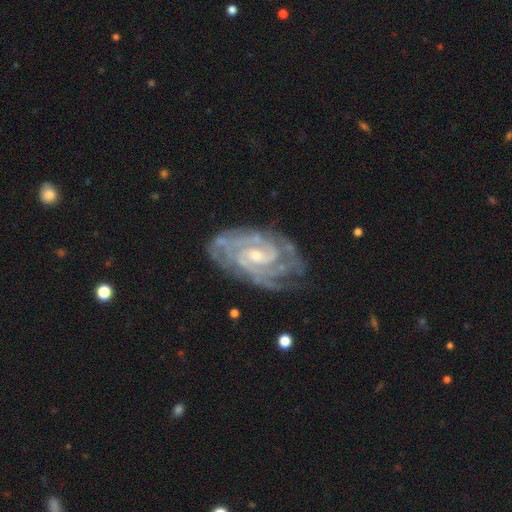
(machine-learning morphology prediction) This appears to be a featured or disk galaxy (90%) with no bar (48%), 2 (28%) tight (72%) spiral arms (98%) and a small central bulge (58%). Merging: none (70%).